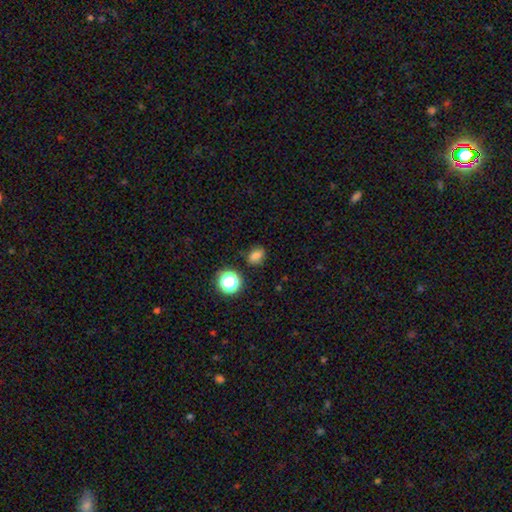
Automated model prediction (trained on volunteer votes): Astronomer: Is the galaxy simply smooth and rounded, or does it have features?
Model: smooth — 76%.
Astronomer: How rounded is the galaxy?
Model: in between — 61% (runner-up: round, 38%).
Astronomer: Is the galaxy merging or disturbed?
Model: none — 79%.